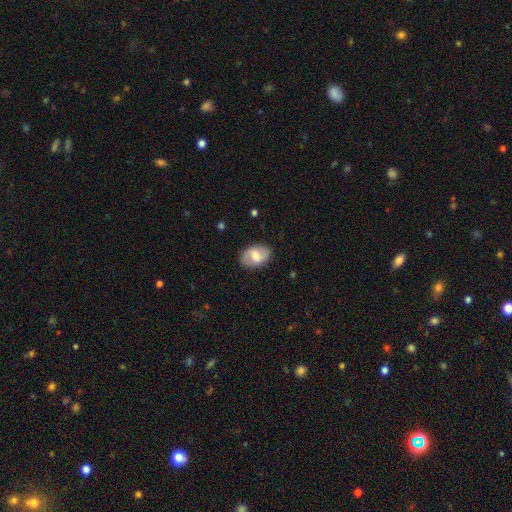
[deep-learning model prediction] Smooth or featured: smooth — 51% (featured or disk — 42%)
How rounded: in between — 85% (round — 14%)
Merging: none — 84% (minor disturbance — 11%)